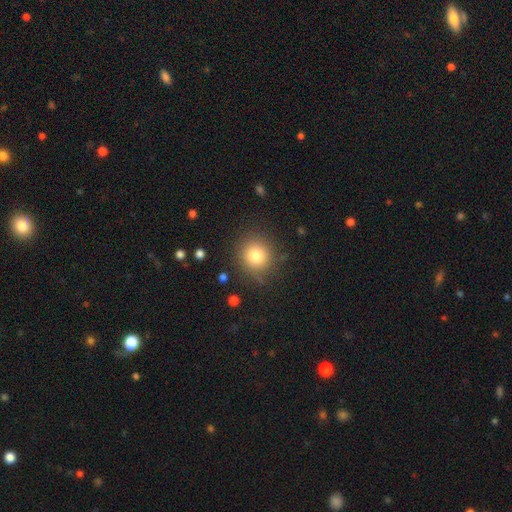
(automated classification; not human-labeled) Smooth or featured: smooth — 79% (star or artifact — 12%)
How rounded: round — 90% (in between — 9%)
Merging: none — 83% (minor disturbance — 10%)